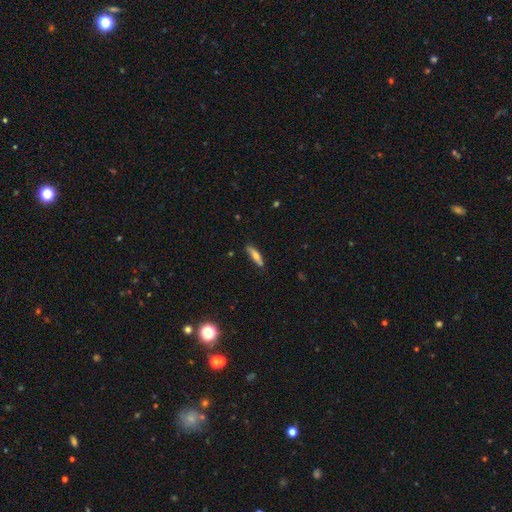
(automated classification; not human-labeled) Morphology: type=smooth (60%); roundness=cigar-shaped (74%); merging=none (78%).